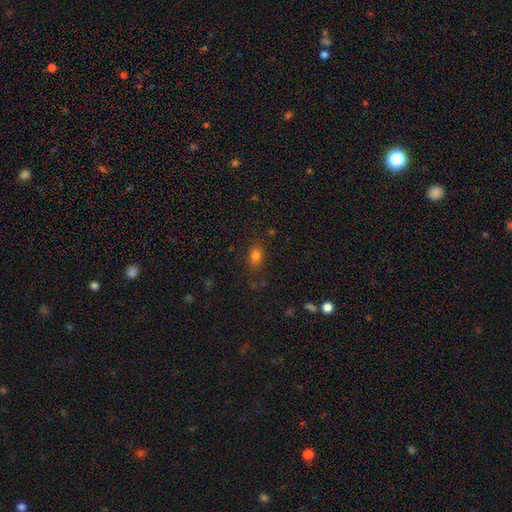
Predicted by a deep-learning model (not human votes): Smooth or featured: smooth — 80% (star or artifact — 14%)
How rounded: in between — 73% (round — 25%)
Merging: none — 80% (minor disturbance — 14%)